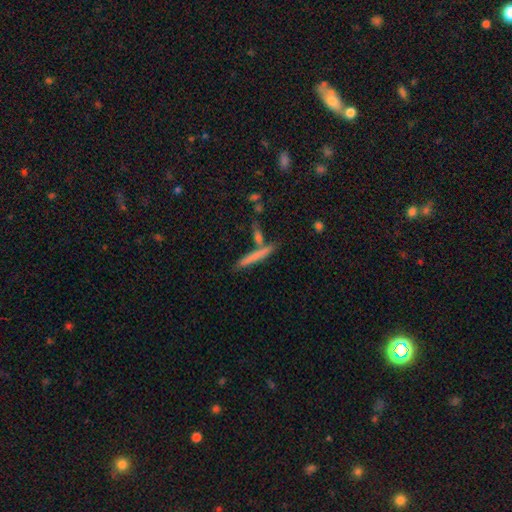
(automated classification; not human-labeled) Smooth or featured? smooth (67%)
How rounded? cigar-shaped (94%)
Merging? none (74%)